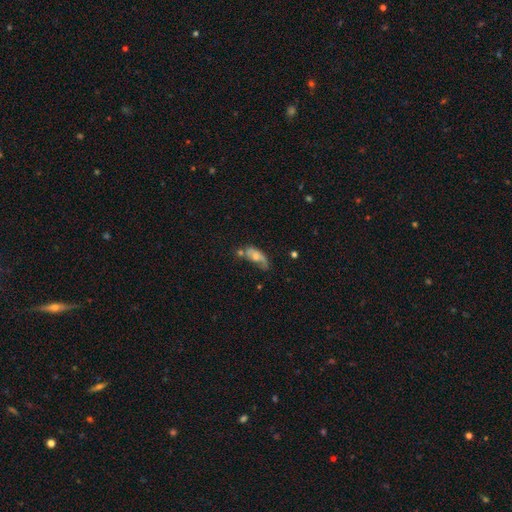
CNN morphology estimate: smooth-or-featured: featured or disk: 50% | smooth: 41% | star or artifact: 9%
  disk-edge-on: no: 89% | yes: 11%
  merging: none: 33% | minor disturbance: 25% | major disturbance: 24% | merger: 18%